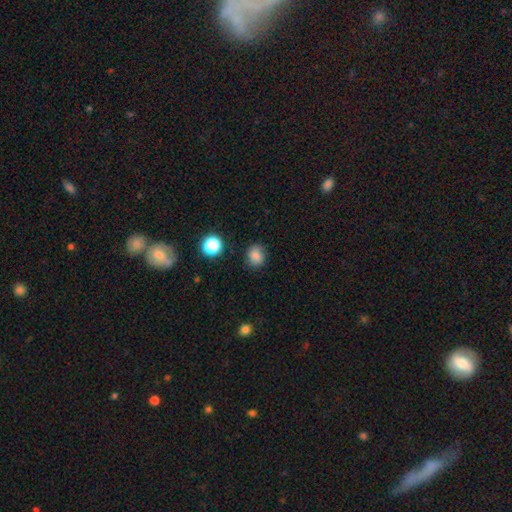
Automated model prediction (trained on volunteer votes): This appears to be a smooth galaxy with no disk features (83%) that is round (65%). Merging: none (82%).